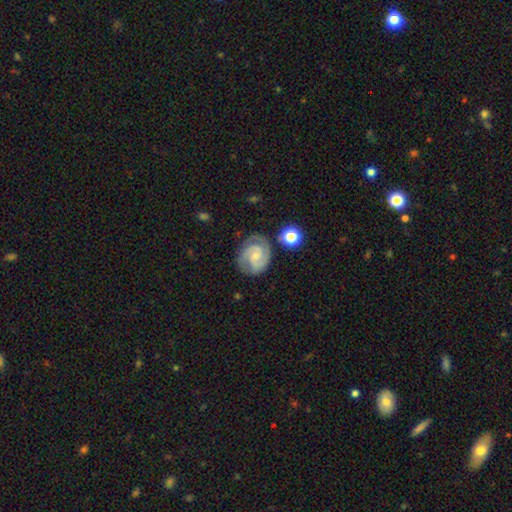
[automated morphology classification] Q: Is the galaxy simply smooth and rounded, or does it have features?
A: featured or disk — 83%.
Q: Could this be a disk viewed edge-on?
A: no — 98%.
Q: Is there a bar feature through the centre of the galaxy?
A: no — 56%.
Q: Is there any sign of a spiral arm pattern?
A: yes — 97%.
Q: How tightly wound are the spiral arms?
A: tight — 54%.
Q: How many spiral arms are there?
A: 2 — 66%.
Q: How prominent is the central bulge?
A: small — 68%.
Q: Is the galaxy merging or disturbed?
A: none — 72%.